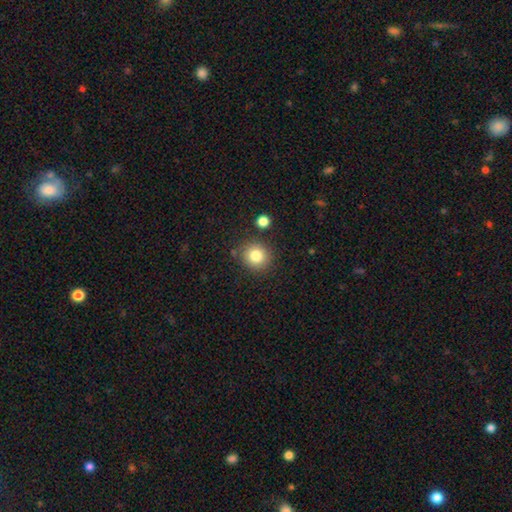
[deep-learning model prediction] Smooth or featured?
  - smooth: 83% *
  - star or artifact: 10%
  - featured or disk: 7%
How rounded?
  - round: 90% *
  - in between: 9%
  - cigar-shaped: 1%
Merging?
  - none: 84% *
  - minor disturbance: 9%
  - merger: 4%
  - major disturbance: 3%